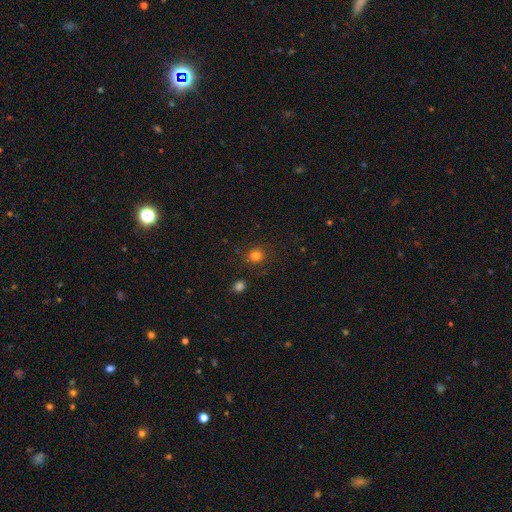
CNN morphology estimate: type=smooth (81%); roundness=round (85%); merging=none (86%).